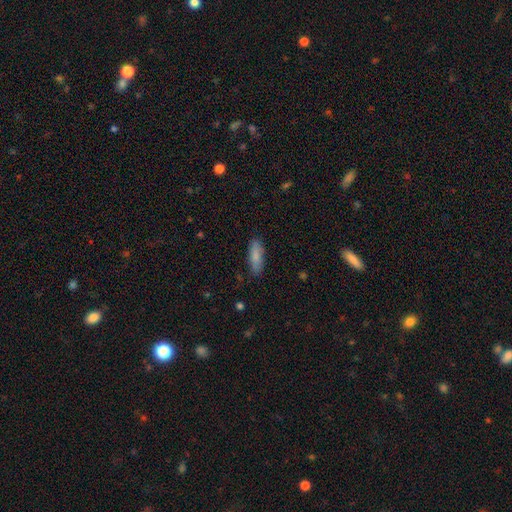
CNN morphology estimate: Smooth or featured: smooth — 82% (featured or disk — 12%)
How rounded: in between — 55% (cigar-shaped — 44%)
Merging: none — 83% (minor disturbance — 13%)